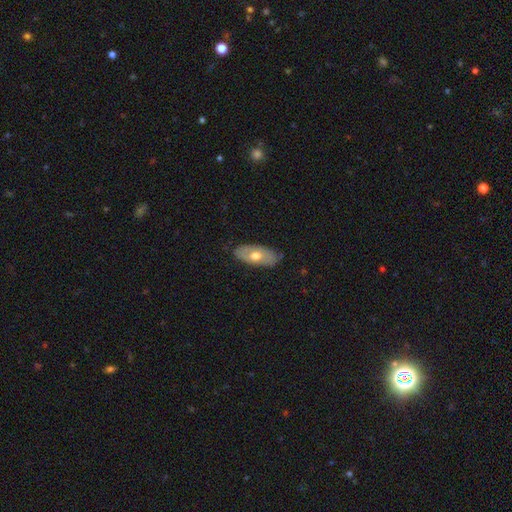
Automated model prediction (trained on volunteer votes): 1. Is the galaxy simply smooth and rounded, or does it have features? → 54% smooth, 40% featured or disk, 6% star or artifact.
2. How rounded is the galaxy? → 88% in between, 8% cigar-shaped, 4% round.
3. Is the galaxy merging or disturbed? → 80% none, 16% minor disturbance, 3% major disturbance, 1% merger.